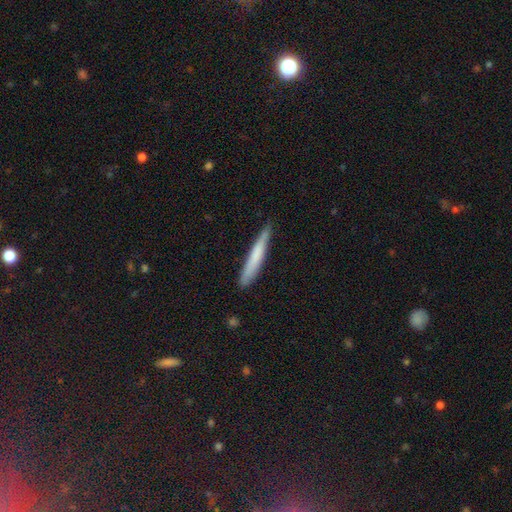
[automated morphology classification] smooth_or_featured: smooth (p=0.66) [alt: featured or disk p=0.28]
how_rounded: cigar-shaped (p=0.96) [alt: in between p=0.03]
merging: none (p=0.82) [alt: minor disturbance p=0.15]